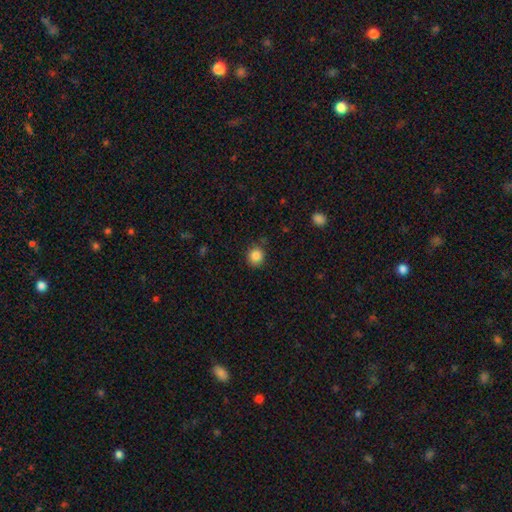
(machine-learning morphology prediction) smooth_or_featured: smooth (p=0.85) [alt: star or artifact p=0.10]
how_rounded: round (p=0.89) [alt: in between p=0.10]
merging: none (p=0.86) [alt: minor disturbance p=0.09]